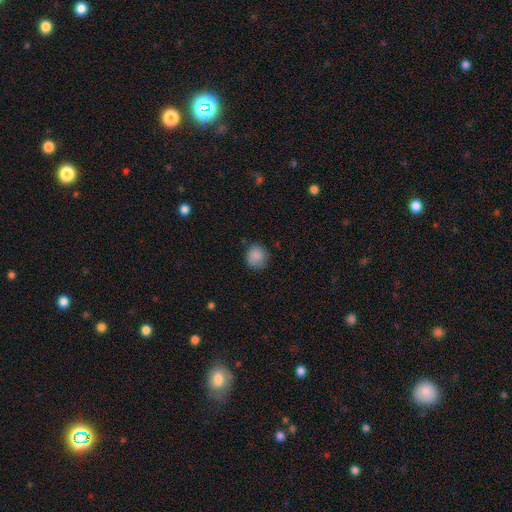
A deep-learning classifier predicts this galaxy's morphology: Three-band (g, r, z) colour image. It shows a smooth galaxy with no disk features (86%) that is round (87%). Merging: none (78%).